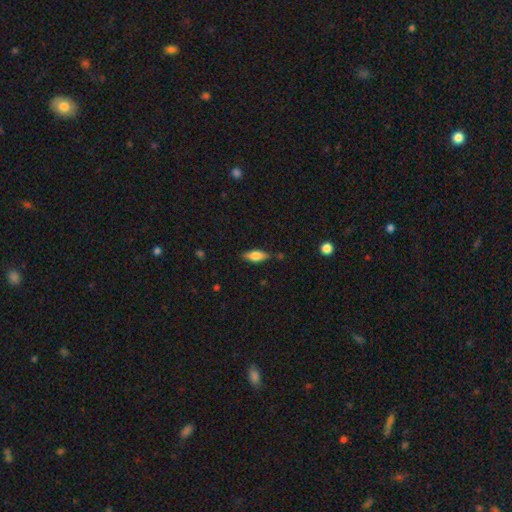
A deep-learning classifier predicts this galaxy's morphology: This appears to be a smooth galaxy with no disk features (66%) that is in between round and cigar-shaped (69%). Merging: none (79%).